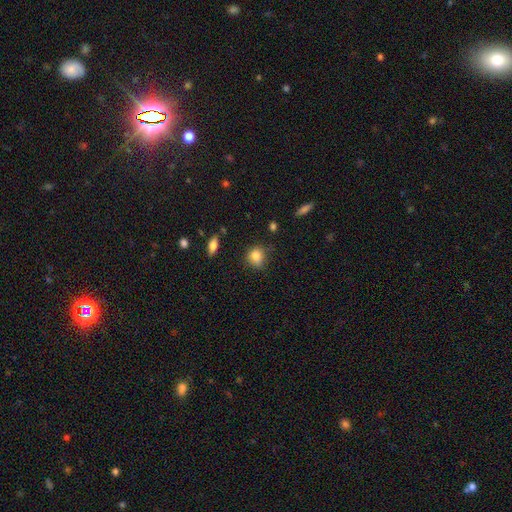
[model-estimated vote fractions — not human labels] Smooth or featured? Predicted: smooth (p=0.84). How rounded? Predicted: round (p=0.73). Merging? Predicted: none (p=0.68).